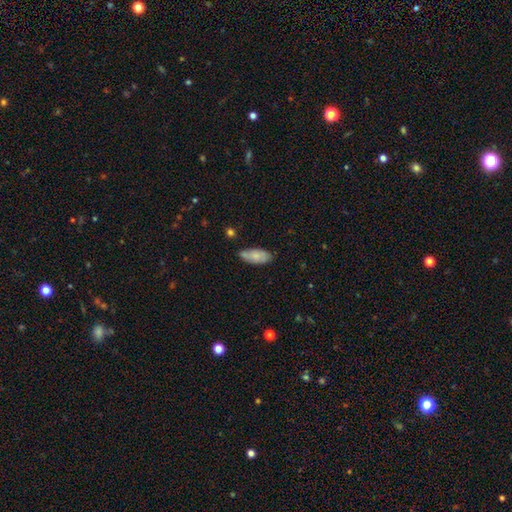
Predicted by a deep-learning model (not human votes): Q: Smooth or featured?
A: smooth (76%); runner-up: featured or disk (17%)
Q: How rounded?
A: in between (85%); runner-up: cigar-shaped (13%)
Q: Merging?
A: none (65%); runner-up: minor disturbance (25%)